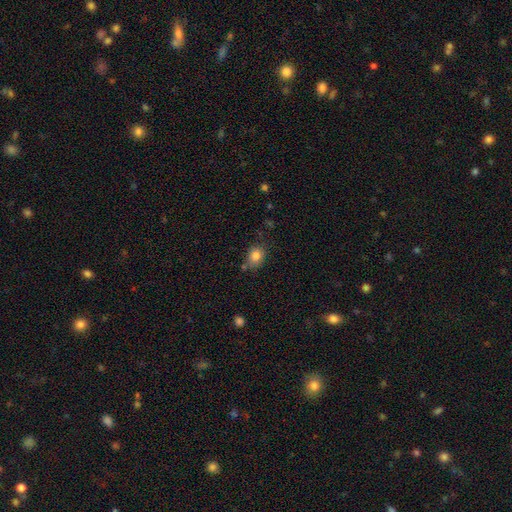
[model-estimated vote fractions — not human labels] A smooth galaxy with no disk features (83%) that is in between round and cigar-shaped (53%).

Vote fractions:
- Smooth or featured? smooth: 83% / star or artifact: 10% / featured or disk: 7%
- How rounded? in between: 53% / round: 46% / cigar-shaped: 1%
- Merging? none: 71% / minor disturbance: 19% / merger: 6% / major disturbance: 4%